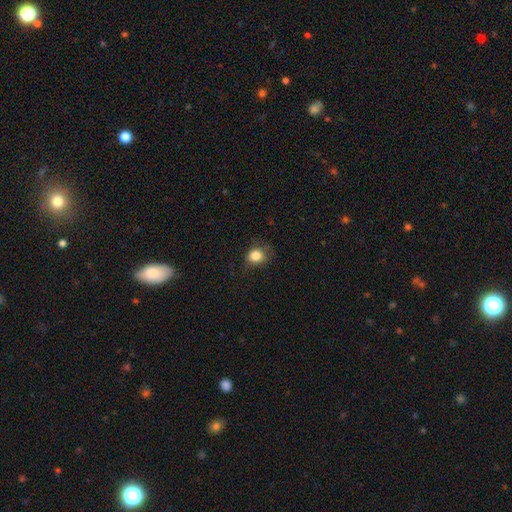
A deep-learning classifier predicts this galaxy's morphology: Overall: smooth (83%). How rounded: round (69%; in between 30%). Merging: none (64%; minor disturbance 25%).